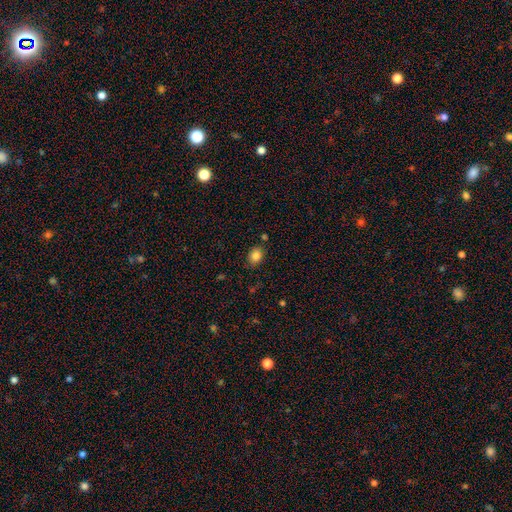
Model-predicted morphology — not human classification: smooth 84%, star or artifact 10%, featured or disk 6%. Down the decision tree: how rounded — in between (64%); merging — none (81%).